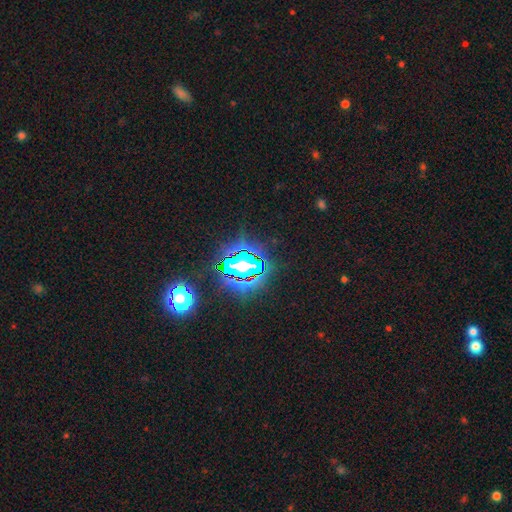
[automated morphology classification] Smooth or featured: star or artifact — 83% (smooth — 11%)